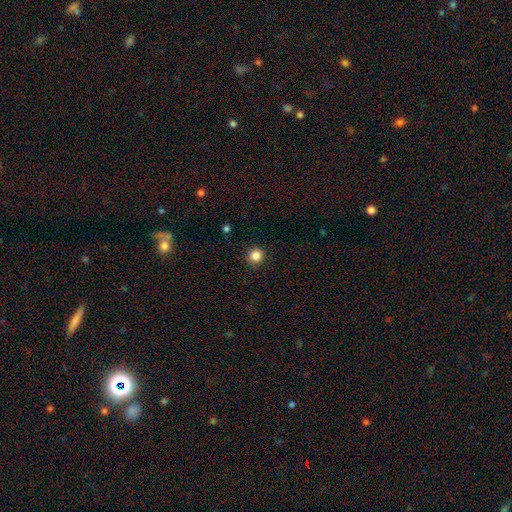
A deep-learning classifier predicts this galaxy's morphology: Smooth or featured? smooth (85%)
How rounded? round (92%)
Merging? none (91%)